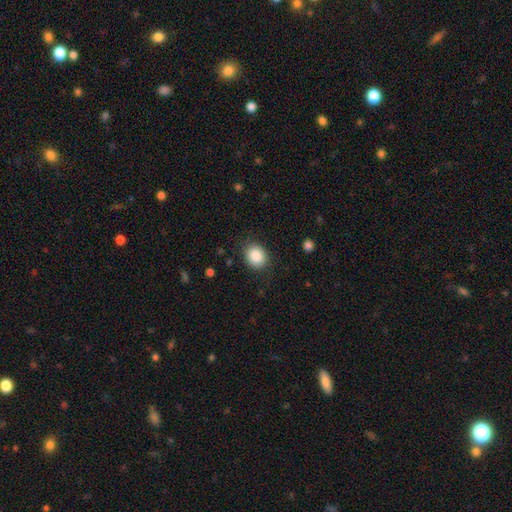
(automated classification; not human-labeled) Smooth or featured: smooth — 87% (star or artifact — 8%)
How rounded: round — 63% (in between — 36%)
Merging: none — 85% (minor disturbance — 10%)